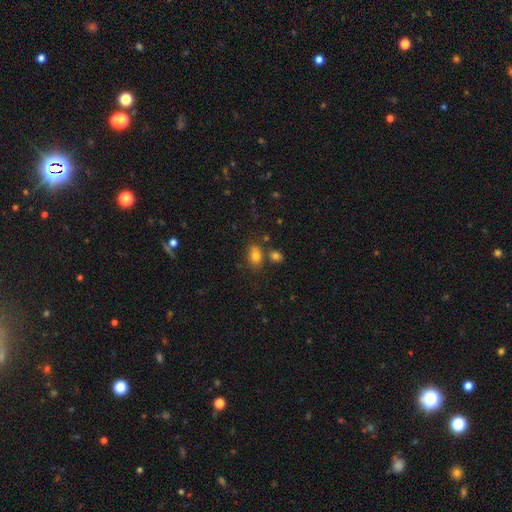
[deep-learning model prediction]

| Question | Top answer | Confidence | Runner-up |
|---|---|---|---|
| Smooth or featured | smooth | 79% | star or artifact (12%) |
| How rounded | in between | 73% | round (25%) |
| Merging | none | 66% | merger (15%) |